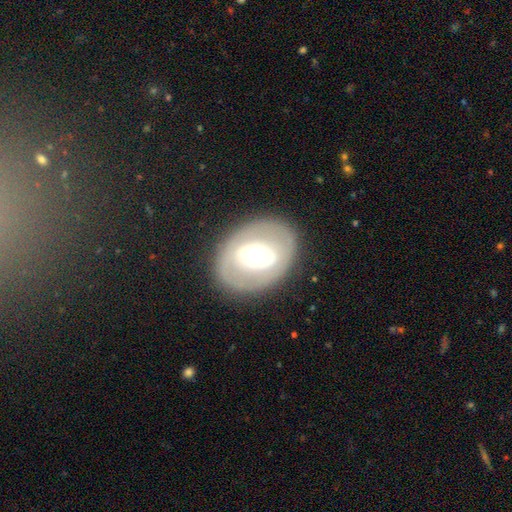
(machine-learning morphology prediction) smooth_or_featured: featured or disk (p=0.55) [alt: smooth p=0.38]
disk_edge_on: no (p=0.94) [alt: yes p=0.06]
bar: no (p=0.69) [alt: weak p=0.20]
has_spiral_arms: no (p=0.75) [alt: yes p=0.25]
bulge_size: moderate (p=0.59) [alt: large p=0.23]
merging: none (p=0.81) [alt: minor disturbance p=0.11]